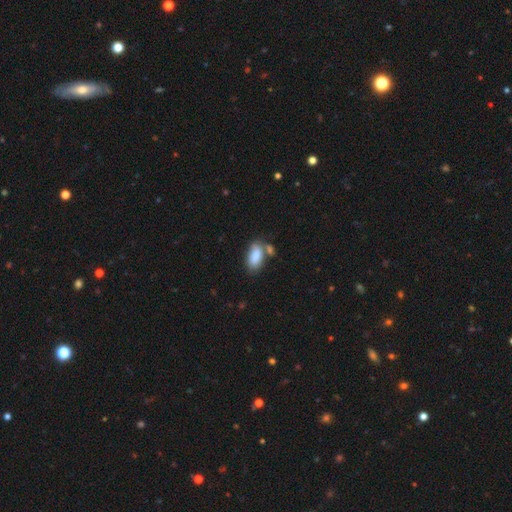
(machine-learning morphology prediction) Smooth or featured? smooth (86%)
How rounded? in between (92%)
Merging? none (51%)